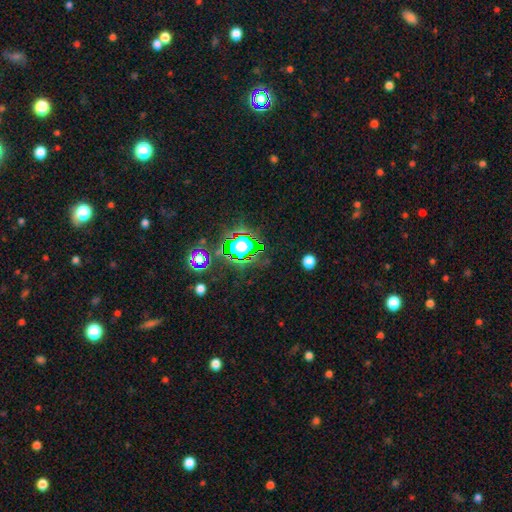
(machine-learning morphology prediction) Overall: star or artifact (81%).